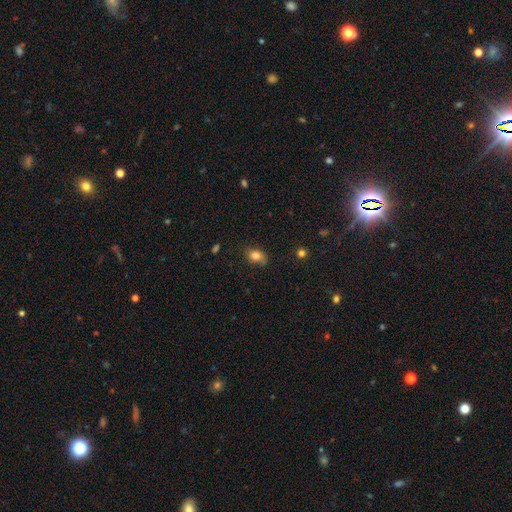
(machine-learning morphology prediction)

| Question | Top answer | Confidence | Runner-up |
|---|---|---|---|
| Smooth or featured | smooth | 81% | star or artifact (10%) |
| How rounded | in between | 76% | round (22%) |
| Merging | none | 73% | minor disturbance (21%) |